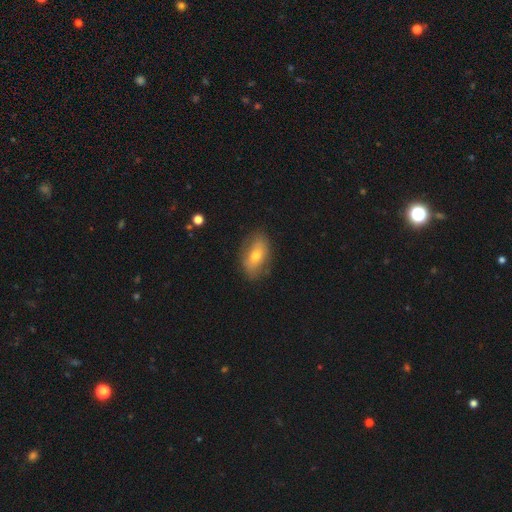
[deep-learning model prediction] This is likely a smooth galaxy (61%). How rounded: clearly in between (87%). Merging: likely none (79%).